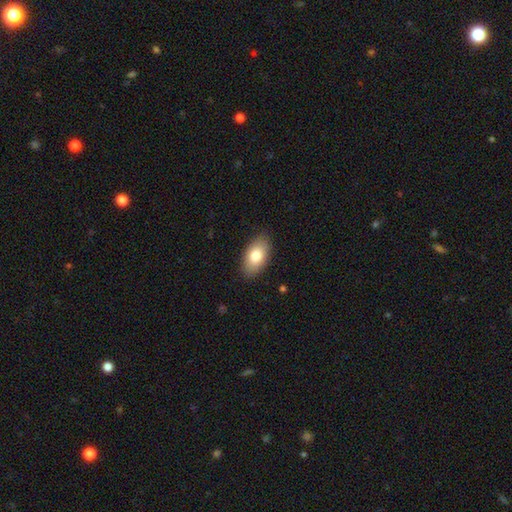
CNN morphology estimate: Smooth or featured? smooth (80%)
How rounded? in between (93%)
Merging? none (86%)